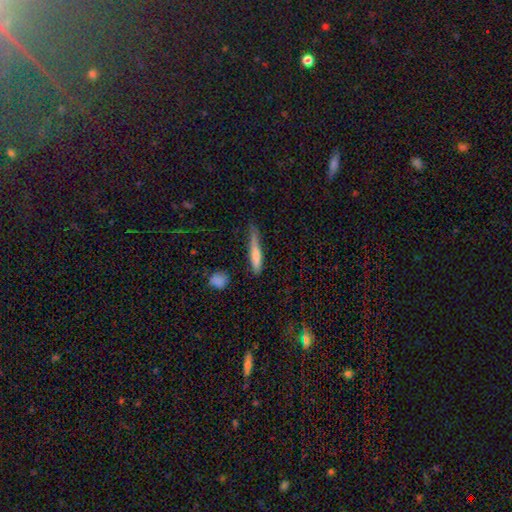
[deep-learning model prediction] Morphology: type=smooth (62%); roundness=cigar-shaped (90%); merging=none (60%).